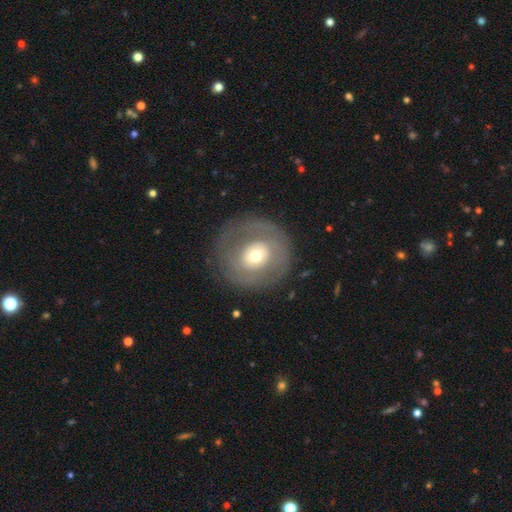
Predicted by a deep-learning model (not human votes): Q: Smooth or featured?
A: featured or disk (54%); runner-up: smooth (39%)
Q: Edge-on disk?
A: no (96%); runner-up: yes (4%)
Q: Bar?
A: no (80%); runner-up: weak (15%)
Q: Spiral arms?
A: no (68%); runner-up: yes (32%)
Q: Bulge size?
A: moderate (60%); runner-up: small (23%)
Q: Merging?
A: none (77%); runner-up: minor disturbance (12%)